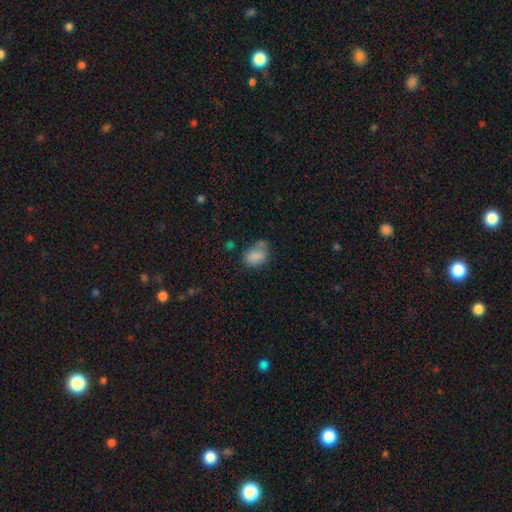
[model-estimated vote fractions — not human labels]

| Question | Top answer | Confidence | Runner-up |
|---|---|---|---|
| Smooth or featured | smooth | 81% | star or artifact (10%) |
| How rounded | in between | 74% | round (25%) |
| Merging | none | 49% | minor disturbance (26%) |